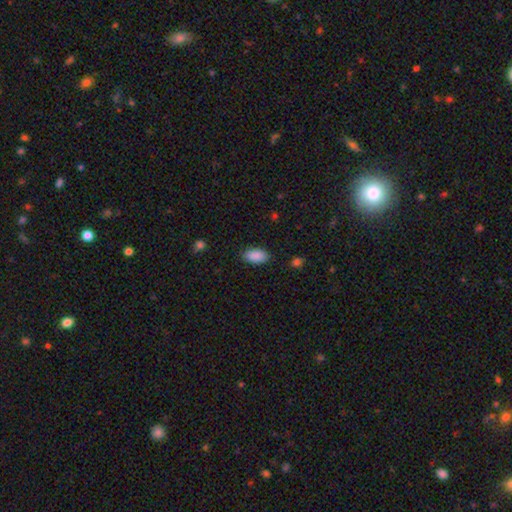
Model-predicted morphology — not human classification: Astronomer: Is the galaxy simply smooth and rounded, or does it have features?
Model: smooth — 90%.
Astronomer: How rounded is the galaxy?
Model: in between — 94%.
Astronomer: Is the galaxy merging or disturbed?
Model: none — 87%.